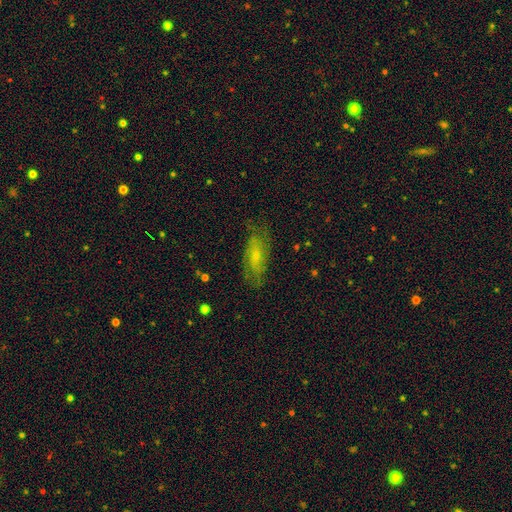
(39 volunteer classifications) Volunteers were most divided on "spiral winding": medium: 48%, tight: 43%, loose: 9%. More confident: edge-on disk — no (96%); spiral arms — yes (88%); merging — none (83%); smooth or featured — featured or disk (69%); bulge size — moderate (62%); spiral arm count — can't tell (52%); bar — no (50%).